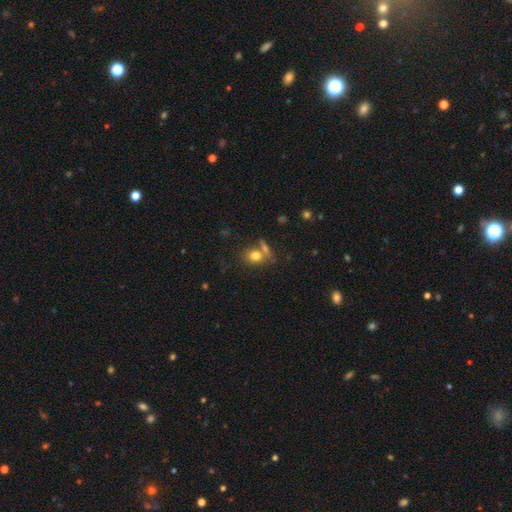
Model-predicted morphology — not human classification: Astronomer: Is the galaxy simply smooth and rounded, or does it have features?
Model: smooth — 76%.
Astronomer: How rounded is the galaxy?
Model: in between — 49% (runner-up: round, 48%).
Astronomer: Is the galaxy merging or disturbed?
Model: none — 53% (runner-up: merger, 29%).